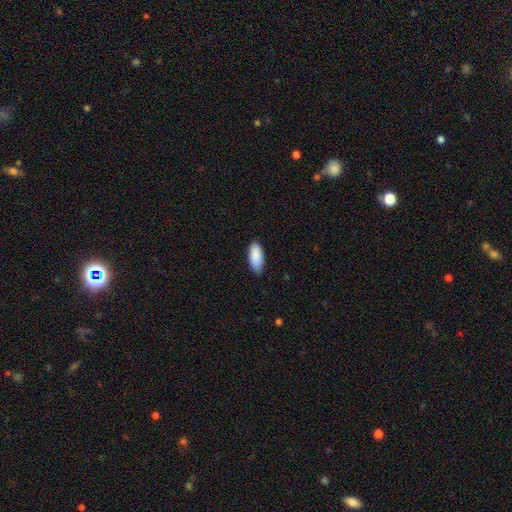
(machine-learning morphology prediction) Q: Smooth or featured?
A: smooth (90%); runner-up: star or artifact (6%)
Q: How rounded?
A: in between (88%); runner-up: cigar-shaped (10%)
Q: Merging?
A: none (73%); runner-up: minor disturbance (23%)